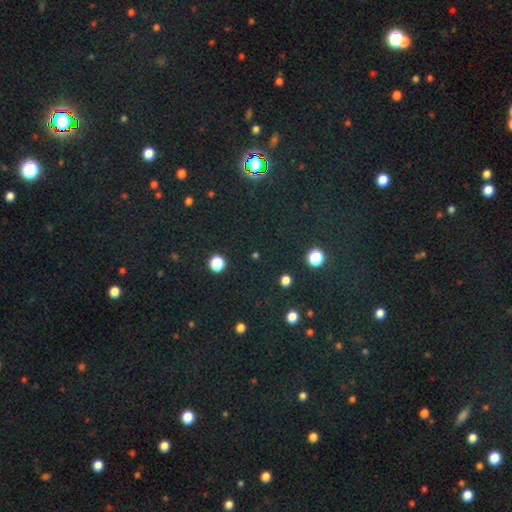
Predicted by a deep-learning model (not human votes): The model was most divided on "smooth or featured": star or artifact: 55%, smooth: 36%, featured or disk: 9%.